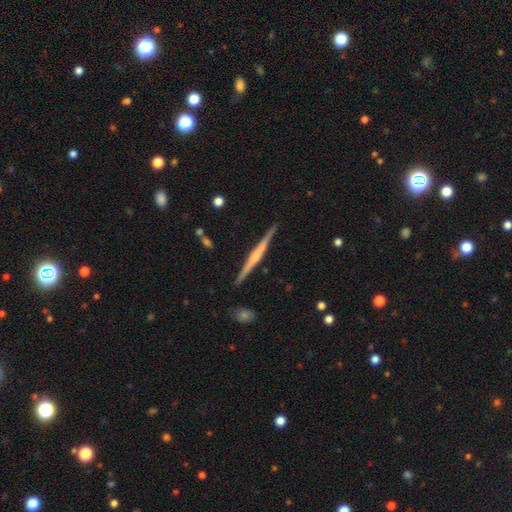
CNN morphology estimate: smooth_or_featured: featured or disk (p=0.77) [alt: smooth p=0.17]
disk_edge_on: yes (p=0.98) [alt: no p=0.02]
edge_on_bulge: rounded (p=0.67) [alt: none p=0.20]
merging: none (p=0.90) [alt: minor disturbance p=0.07]